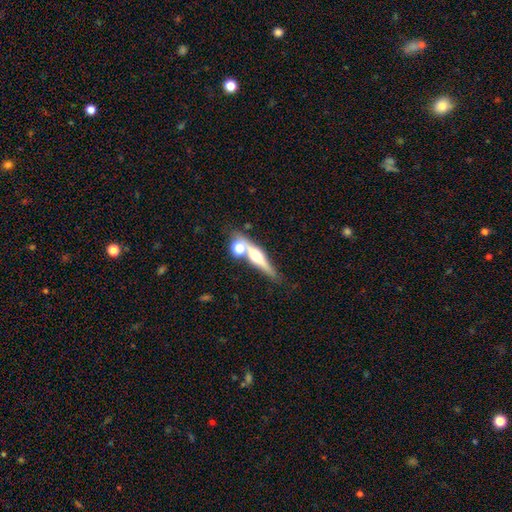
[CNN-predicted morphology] A featured or disk galaxy (56%) viewed edge-on (89%) with a rounded central bulge (92%).

Vote fractions:
- Smooth or featured? featured or disk: 56% / smooth: 35% / star or artifact: 8%
- Edge-on disk? yes: 89% / no: 11%
- Edge-on bulge? rounded: 92% / boxy: 4% / none: 4%
- Merging? none: 59% / merger: 26% / minor disturbance: 11% / major disturbance: 5%